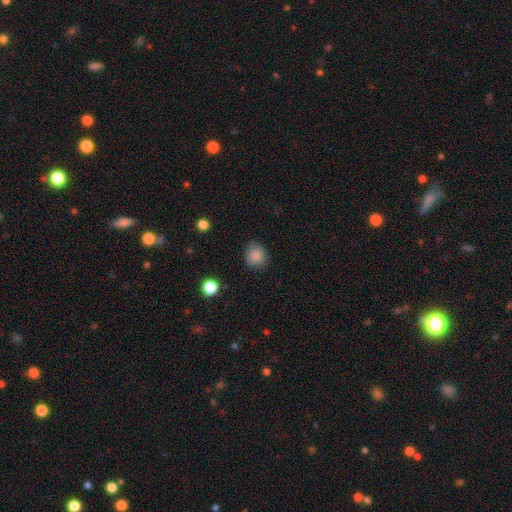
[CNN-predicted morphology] The model was most divided on "merging": none: 81%, minor disturbance: 15%, major disturbance: 4%, merger: 1%. More confident: smooth or featured — smooth (86%); how rounded — round (83%).